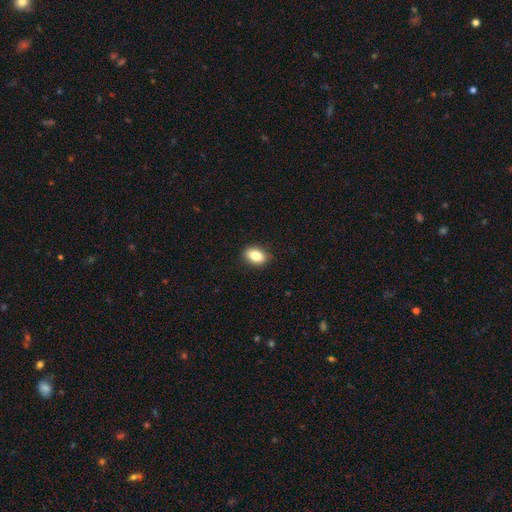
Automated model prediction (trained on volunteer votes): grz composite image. It shows a smooth galaxy with no disk features (84%) that is in between round and cigar-shaped (85%). Merging: none (88%).